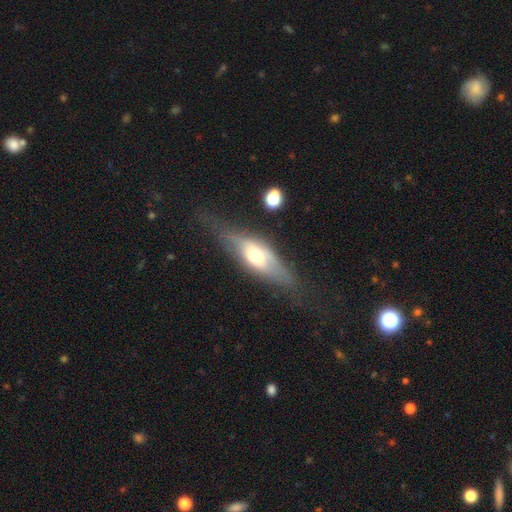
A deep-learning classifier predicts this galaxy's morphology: Overall: featured or disk (52%; smooth 40%). Edge-on disk: yes (66%; no 34%). Merging: none (64%).